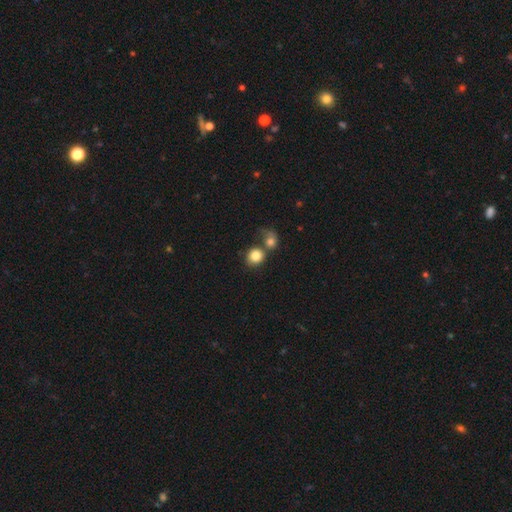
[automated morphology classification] smooth_or_featured: smooth (p=0.82) [alt: star or artifact p=0.09]
how_rounded: round (p=0.81) [alt: in between p=0.18]
merging: merger (p=0.45) [alt: none p=0.41]